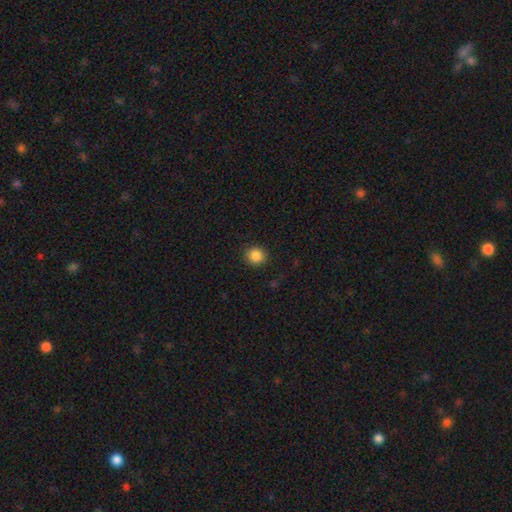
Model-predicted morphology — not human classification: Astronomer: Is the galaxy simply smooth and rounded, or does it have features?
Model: smooth — 87%.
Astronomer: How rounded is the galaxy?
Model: round — 90%.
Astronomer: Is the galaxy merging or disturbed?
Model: none — 90%.